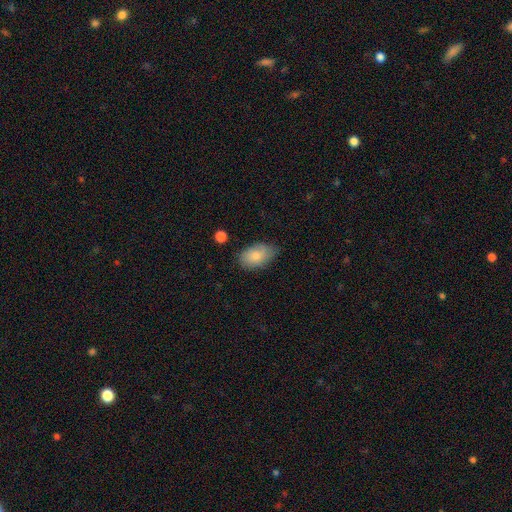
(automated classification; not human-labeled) This is clearly a smooth galaxy (82%). How rounded: clearly in between (91%). Merging: likely none (68%).